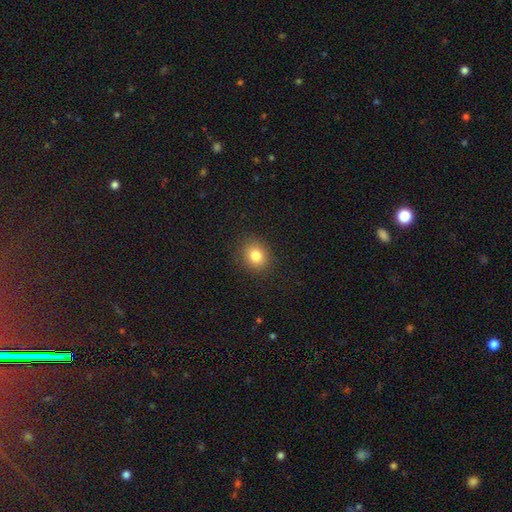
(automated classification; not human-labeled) smooth_or_featured: smooth (p=0.82) [alt: star or artifact p=0.12]
how_rounded: round (p=0.70) [alt: in between p=0.29]
merging: none (p=0.89) [alt: minor disturbance p=0.08]